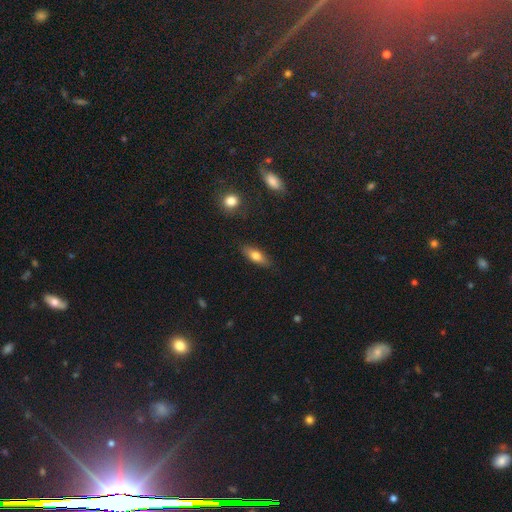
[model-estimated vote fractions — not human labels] Smooth or featured? Predicted: smooth (p=0.69). How rounded? Predicted: in between (p=0.64). Merging? Predicted: none (p=0.85).